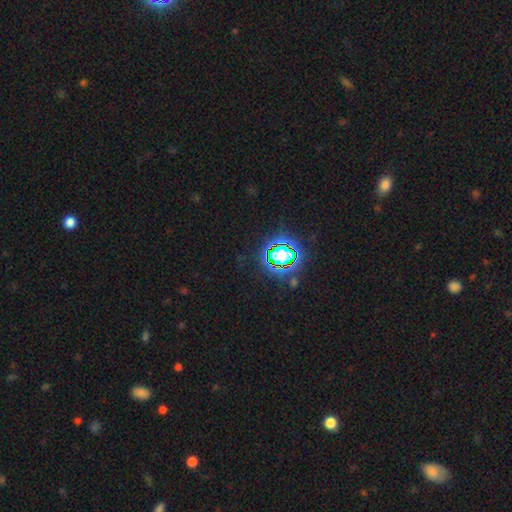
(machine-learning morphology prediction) The model was most divided on "smooth or featured": star or artifact: 80%, smooth: 13%, featured or disk: 8%.